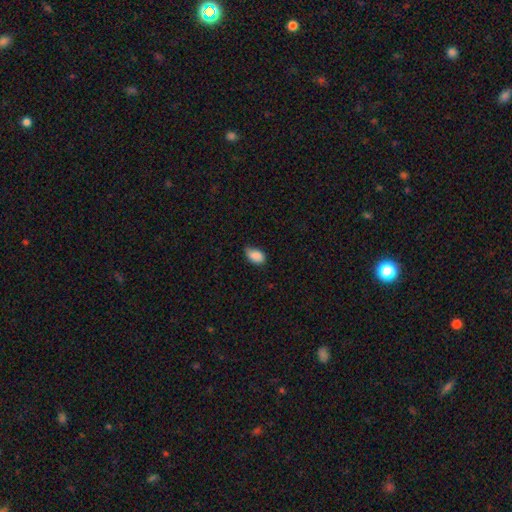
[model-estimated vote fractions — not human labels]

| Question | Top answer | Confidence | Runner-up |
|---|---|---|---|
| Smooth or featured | smooth | 87% | star or artifact (7%) |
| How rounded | in between | 91% | round (8%) |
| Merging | none | 54% | minor disturbance (38%) |